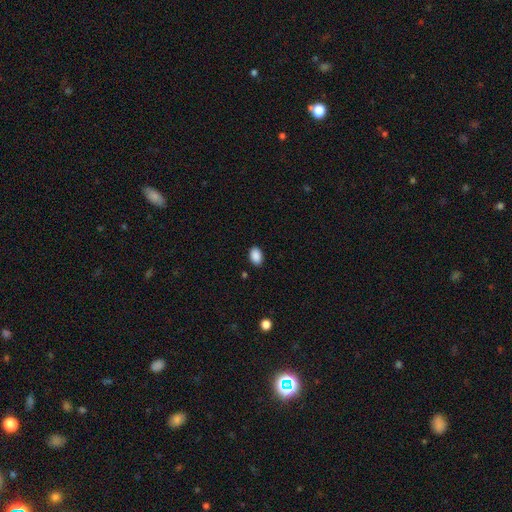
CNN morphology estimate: Smooth or featured? smooth (89%)
How rounded? in between (86%)
Merging? none (88%)